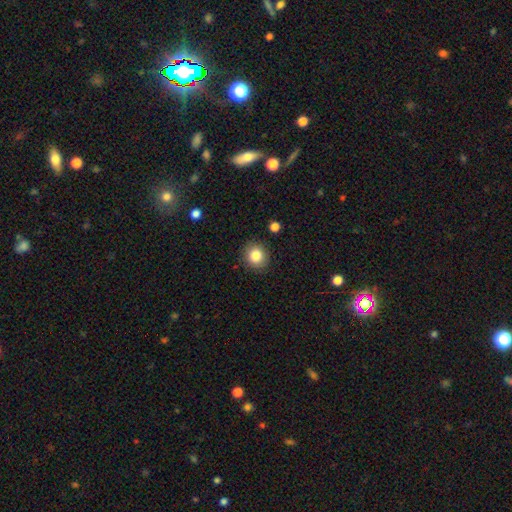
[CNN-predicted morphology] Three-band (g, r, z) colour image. It shows a smooth galaxy with no disk features (84%) that is round (85%). Merging: none (88%).